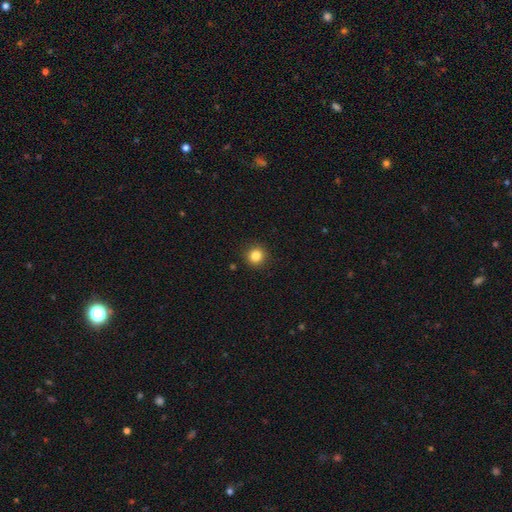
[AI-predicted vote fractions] Smooth or featured? smooth (84%)
How rounded? round (93%)
Merging? none (91%)